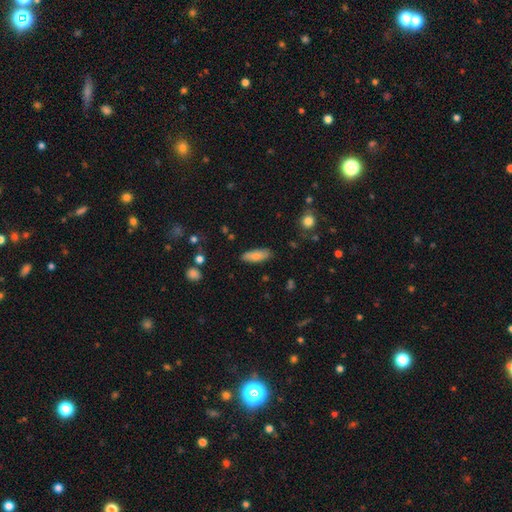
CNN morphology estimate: smooth-or-featured: smooth: 82% | featured or disk: 11% | star or artifact: 6%
  how-rounded: in between: 61% | cigar-shaped: 37% | round: 2%
  merging: none: 85% | minor disturbance: 11% | major disturbance: 2% | merger: 2%